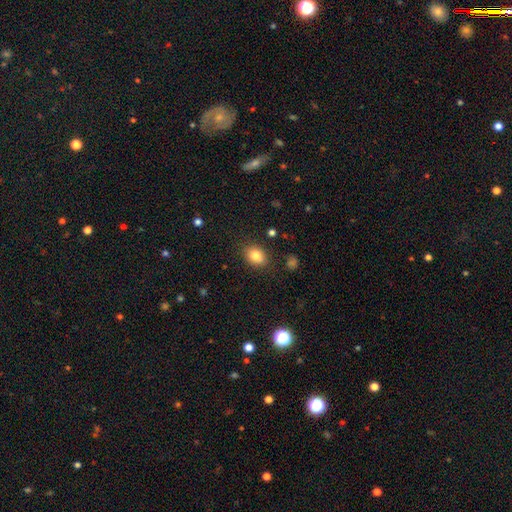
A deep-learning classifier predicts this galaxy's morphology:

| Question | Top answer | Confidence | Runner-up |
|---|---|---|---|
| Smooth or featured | smooth | 82% | star or artifact (10%) |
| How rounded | in between | 60% | round (39%) |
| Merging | none | 84% | minor disturbance (11%) |